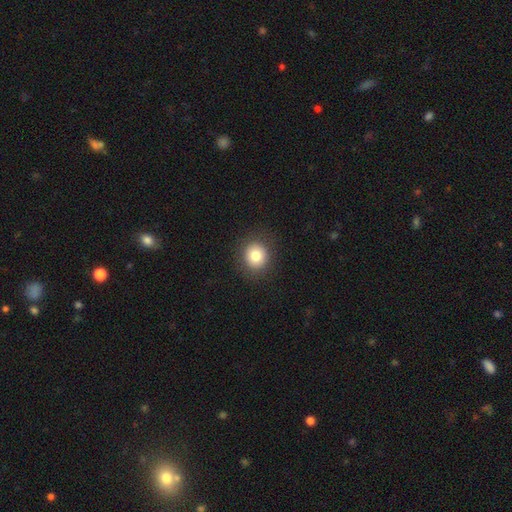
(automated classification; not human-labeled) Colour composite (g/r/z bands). It shows a smooth galaxy with no disk features (80%) that is round (86%). Merging: none (90%).